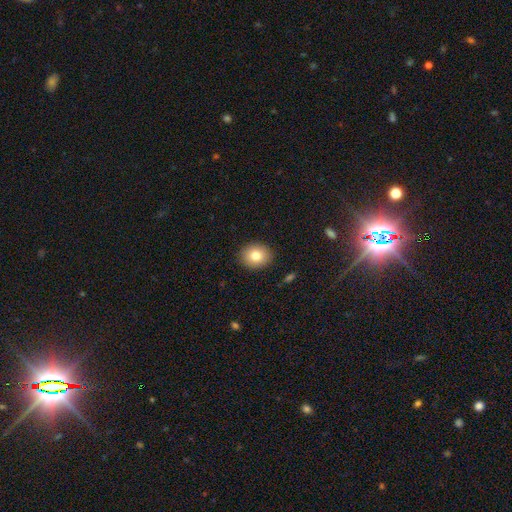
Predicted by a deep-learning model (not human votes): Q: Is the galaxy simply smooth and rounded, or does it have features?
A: smooth — 81%.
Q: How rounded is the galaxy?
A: round — 71%.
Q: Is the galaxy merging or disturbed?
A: none — 90%.